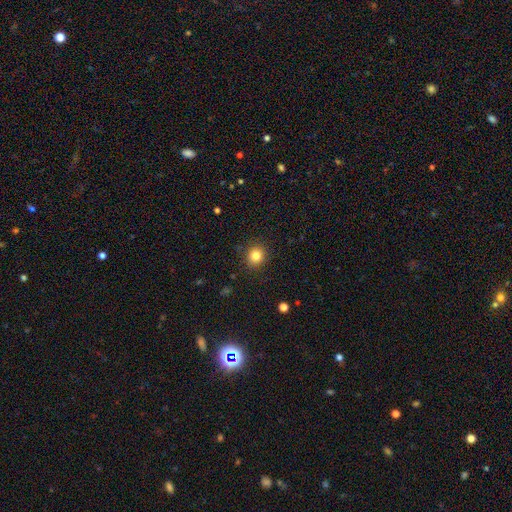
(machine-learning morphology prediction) This appears to be a smooth galaxy with no disk features (82%) that is round (86%). Merging: none (89%).